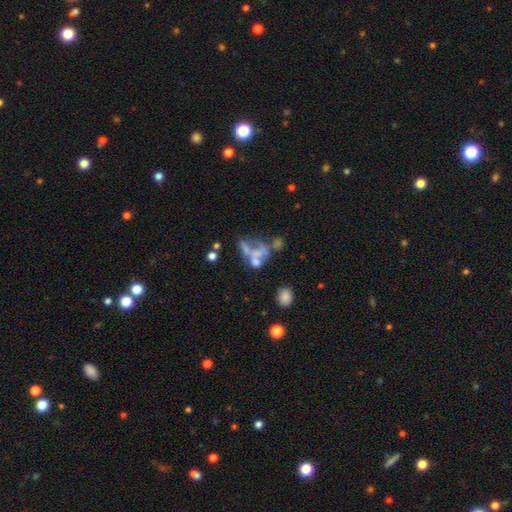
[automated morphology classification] Smooth or featured? featured or disk (51%)
Edge-on disk? no (97%)
Merging? merger (38%)